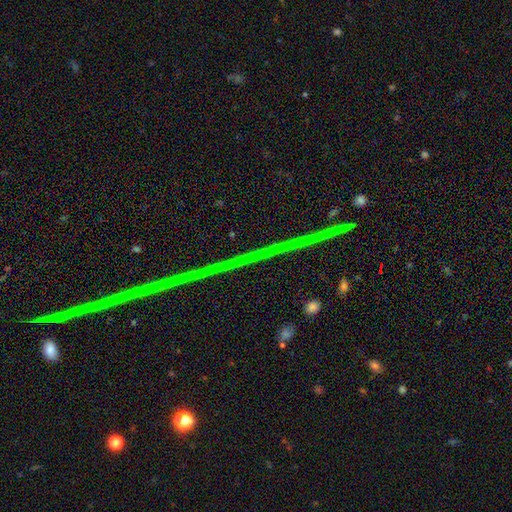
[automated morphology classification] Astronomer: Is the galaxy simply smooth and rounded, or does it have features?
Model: star or artifact — 85%.